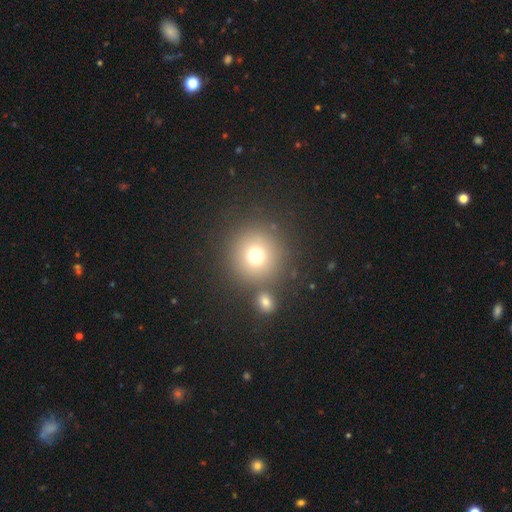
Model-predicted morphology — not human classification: smooth 72%, star or artifact 16%, featured or disk 11%. Down the decision tree: how rounded — round (94%); merging — none (76%).